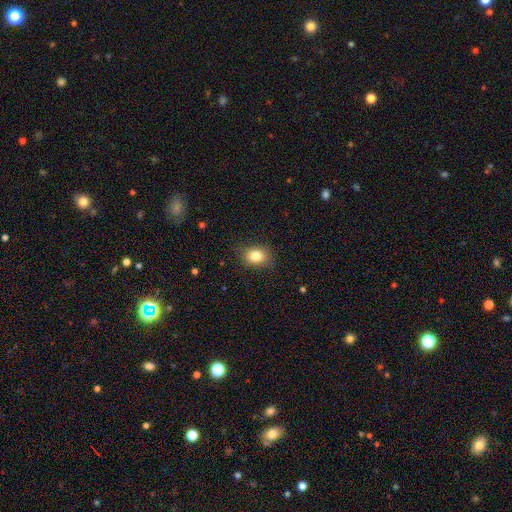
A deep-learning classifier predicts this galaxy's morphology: Smooth or featured? smooth (82%)
How rounded? in between (56%)
Merging? none (82%)